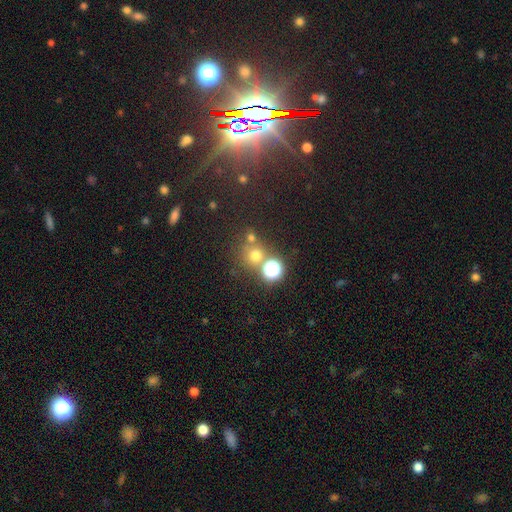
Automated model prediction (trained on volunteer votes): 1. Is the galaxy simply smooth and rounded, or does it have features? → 63% smooth, 28% star or artifact, 9% featured or disk.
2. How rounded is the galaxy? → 90% round, 9% in between, 1% cigar-shaped.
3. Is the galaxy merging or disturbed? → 66% none, 22% merger, 8% minor disturbance, 4% major disturbance.